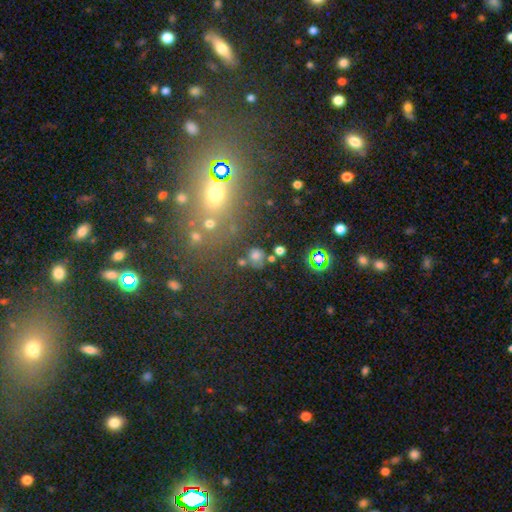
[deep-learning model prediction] smooth 67%, star or artifact 23%, featured or disk 10%. Down the decision tree: how rounded — round (86%); merging — none (72%).